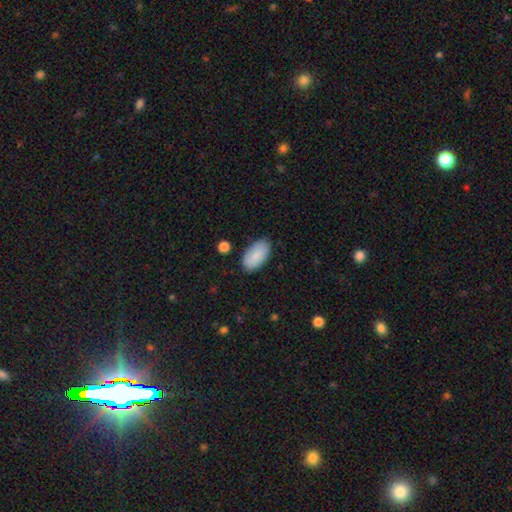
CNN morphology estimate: Overall: smooth (88%). How rounded: in between (95%). Merging: none (84%).